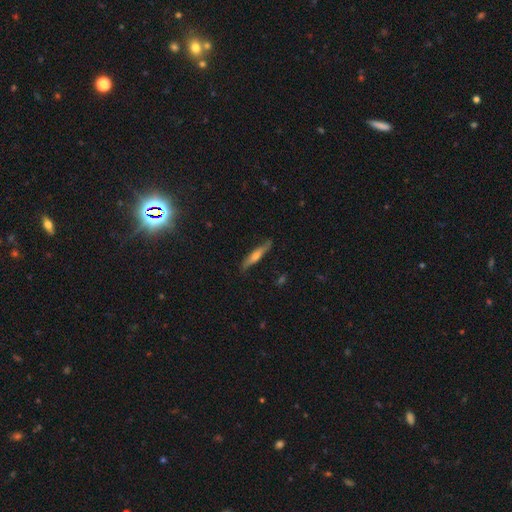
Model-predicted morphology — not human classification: Smooth or featured? featured or disk (52%)
Edge-on disk? yes (89%)
Merging? none (81%)